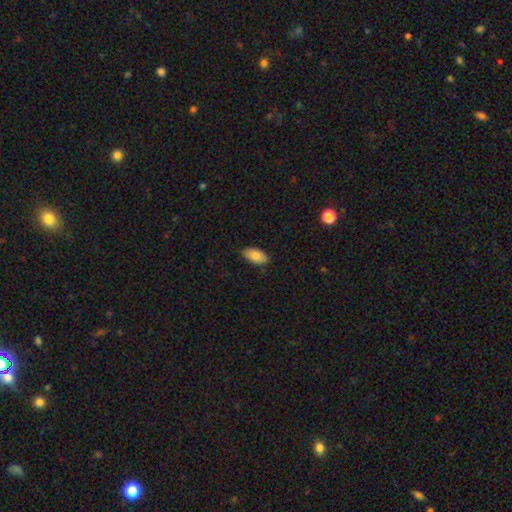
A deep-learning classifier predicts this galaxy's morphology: A smooth galaxy with no disk features (85%) that is in between round and cigar-shaped (94%). Merging: none (83%).